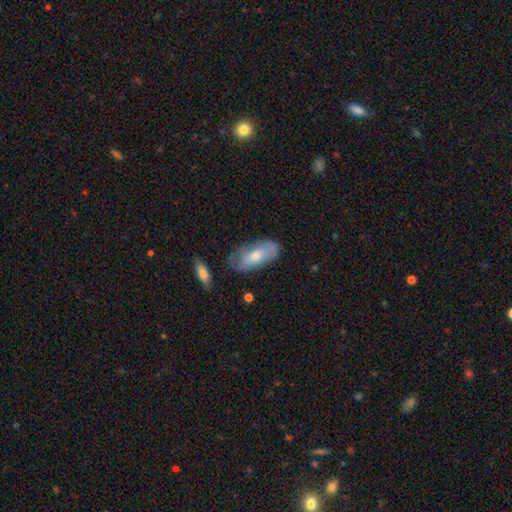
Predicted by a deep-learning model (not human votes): Smooth or featured?
  - smooth: 62% *
  - featured or disk: 32%
  - star or artifact: 6%
How rounded?
  - in between: 84% *
  - cigar-shaped: 13%
  - round: 3%
Merging?
  - none: 67% *
  - minor disturbance: 23%
  - major disturbance: 6%
  - merger: 3%